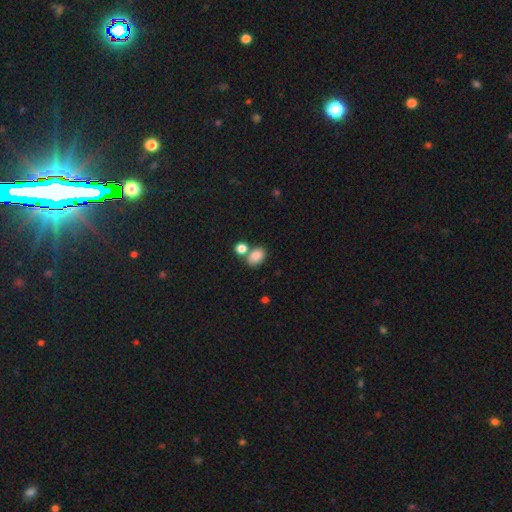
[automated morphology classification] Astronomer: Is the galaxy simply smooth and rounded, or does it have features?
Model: smooth — 85%.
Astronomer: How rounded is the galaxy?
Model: in between — 74%.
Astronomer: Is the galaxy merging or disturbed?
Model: none — 55%.